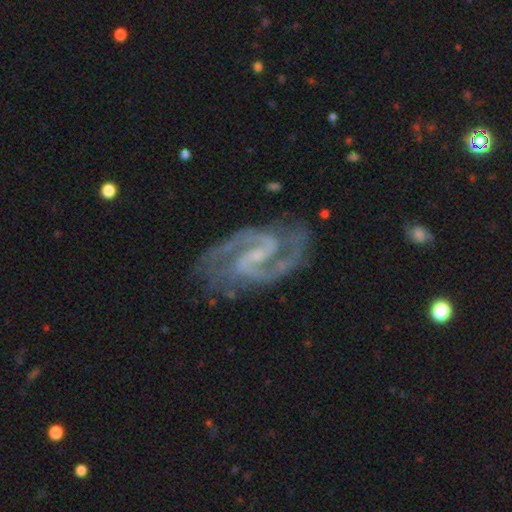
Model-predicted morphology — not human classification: The model was most divided on "bar": weak: 55%, strong: 24%, no: 21%. More confident: spiral arms — yes (99%); edge-on disk — no (98%); smooth or featured — featured or disk (94%); spiral arm count — 2 (93%); merging — none (76%); spiral winding — medium (66%); bulge size — small (61%).